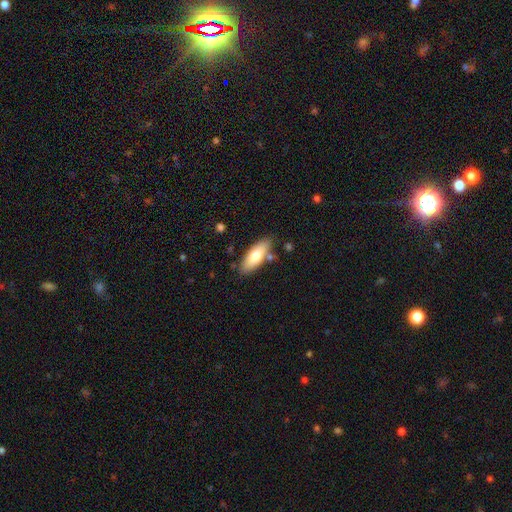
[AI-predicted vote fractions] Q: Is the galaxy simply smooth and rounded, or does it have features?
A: smooth — 71%.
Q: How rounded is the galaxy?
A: in between — 71%.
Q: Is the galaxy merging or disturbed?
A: none — 80%.